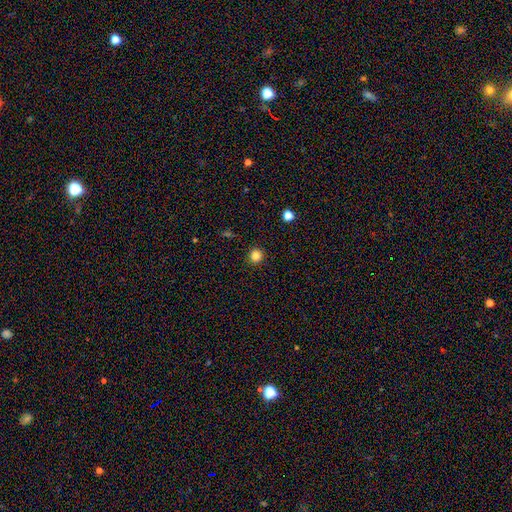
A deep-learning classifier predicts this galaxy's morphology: type=smooth (84%); roundness=round (95%); merging=none (92%).